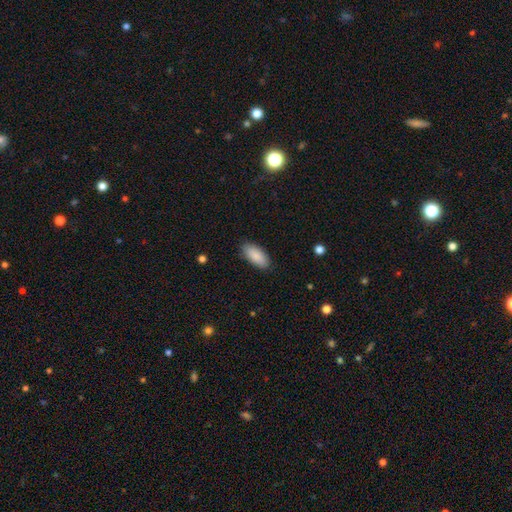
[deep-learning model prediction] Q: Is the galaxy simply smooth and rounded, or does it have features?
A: smooth — 88%.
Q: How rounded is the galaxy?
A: in between — 90%.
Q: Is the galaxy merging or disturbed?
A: none — 87%.